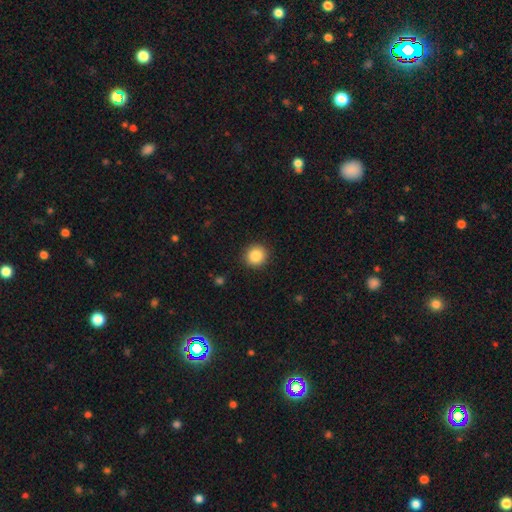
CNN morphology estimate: smooth-or-featured: smooth: 86% | star or artifact: 9% | featured or disk: 4%
  how-rounded: round: 91% | in between: 8% | cigar-shaped: 1%
  merging: none: 91% | minor disturbance: 6% | major disturbance: 2% | merger: 1%